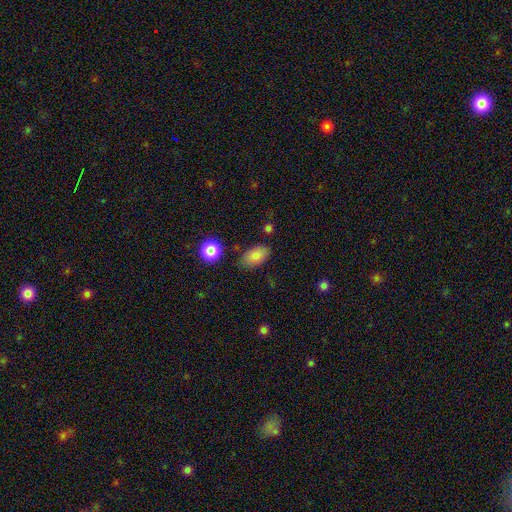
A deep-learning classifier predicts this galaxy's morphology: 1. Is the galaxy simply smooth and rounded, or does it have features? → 84% smooth, 8% star or artifact, 8% featured or disk.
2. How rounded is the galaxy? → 91% in between, 8% round, 2% cigar-shaped.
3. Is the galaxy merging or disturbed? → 79% none, 14% minor disturbance, 4% major disturbance, 3% merger.